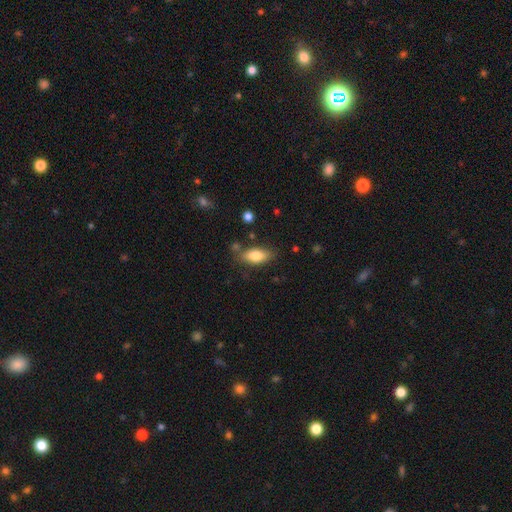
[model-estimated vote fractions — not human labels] smooth_or_featured: smooth (p=0.78) [alt: featured or disk p=0.15]
how_rounded: in between (p=0.81) [alt: cigar-shaped p=0.16]
merging: none (p=0.76) [alt: minor disturbance p=0.16]